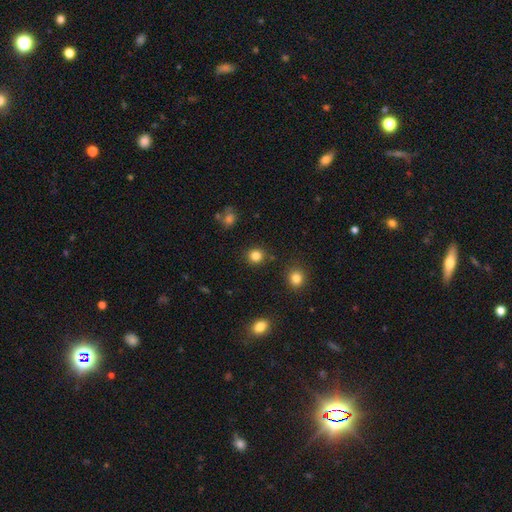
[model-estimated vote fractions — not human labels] Smooth or featured? smooth (83%)
How rounded? round (90%)
Merging? none (89%)